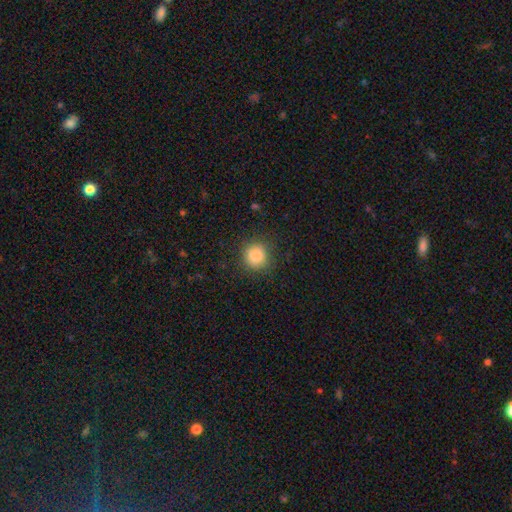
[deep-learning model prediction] This is clearly a smooth galaxy (86%). How rounded: clearly round (88%). Merging: clearly none (84%).